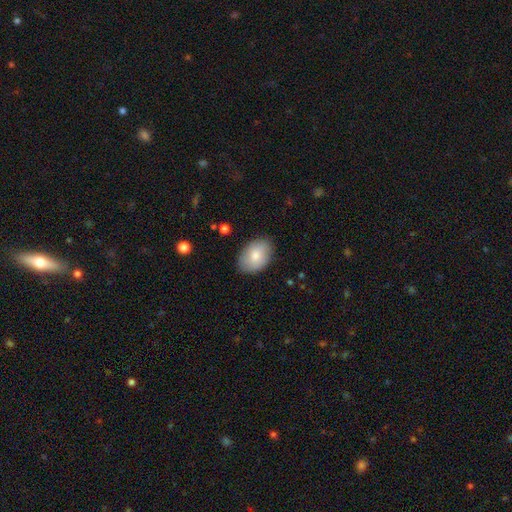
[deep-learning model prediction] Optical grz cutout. It shows a smooth galaxy with no disk features (81%) that is in between round and cigar-shaped (85%). Merging: none (84%).